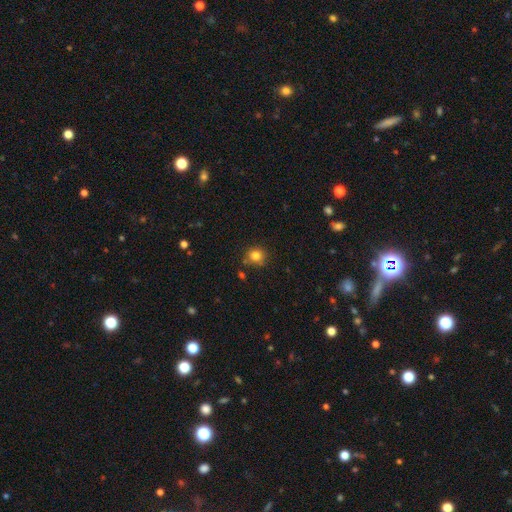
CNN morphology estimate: A smooth galaxy with no disk features (82%) that is round (89%). Merging: none (81%).